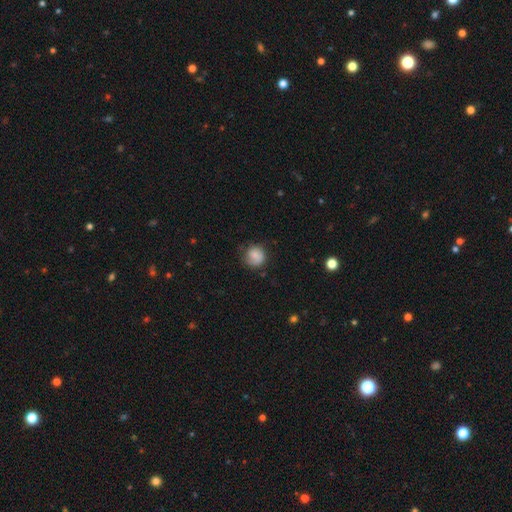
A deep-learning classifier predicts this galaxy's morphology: smooth 80%, featured or disk 11%, star or artifact 8%. Down the decision tree: how rounded — round (87%); merging — none (68%).